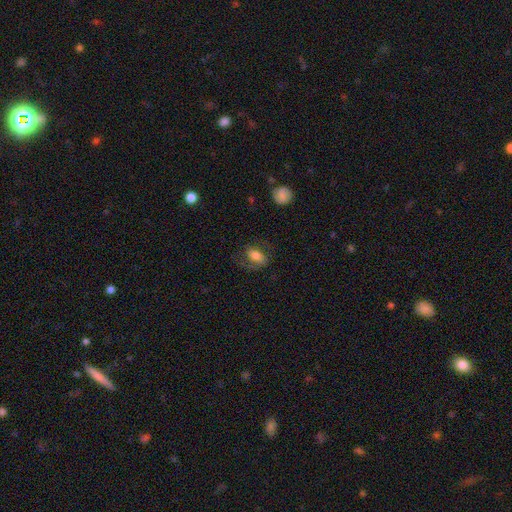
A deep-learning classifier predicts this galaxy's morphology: Q: Smooth or featured?
A: smooth (57%); runner-up: featured or disk (35%)
Q: How rounded?
A: in between (83%); runner-up: round (14%)
Q: Merging?
A: none (61%); runner-up: minor disturbance (19%)